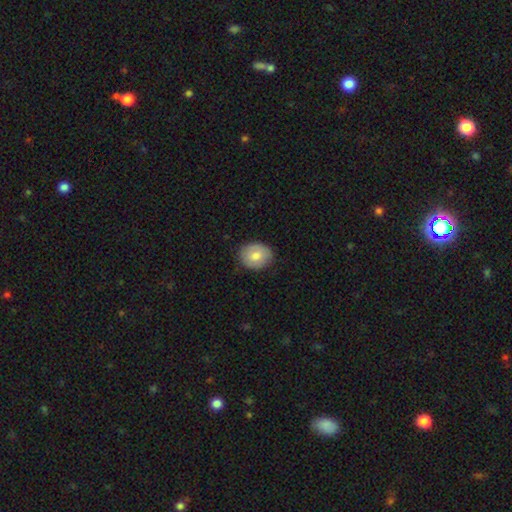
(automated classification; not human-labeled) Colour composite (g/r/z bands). It shows a smooth galaxy with no disk features (74%) that is round (54%). Merging: none (82%).